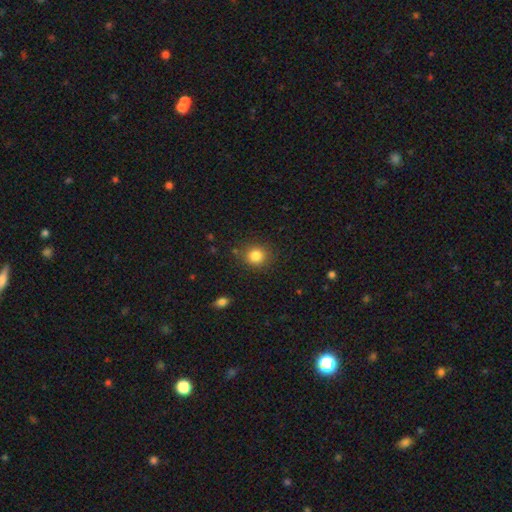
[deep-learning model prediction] smooth 83%, star or artifact 11%, featured or disk 5%. Down the decision tree: how rounded — round (85%); merging — none (86%).